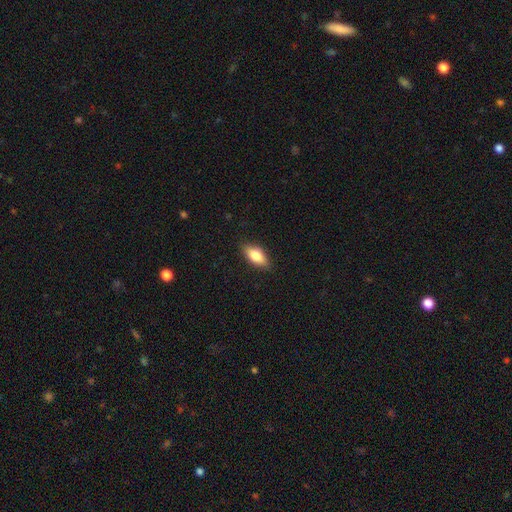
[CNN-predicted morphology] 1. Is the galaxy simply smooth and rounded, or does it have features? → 76% smooth, 18% featured or disk, 7% star or artifact.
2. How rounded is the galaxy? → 81% in between, 16% cigar-shaped, 4% round.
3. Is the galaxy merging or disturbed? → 85% none, 11% minor disturbance, 2% major disturbance, 1% merger.